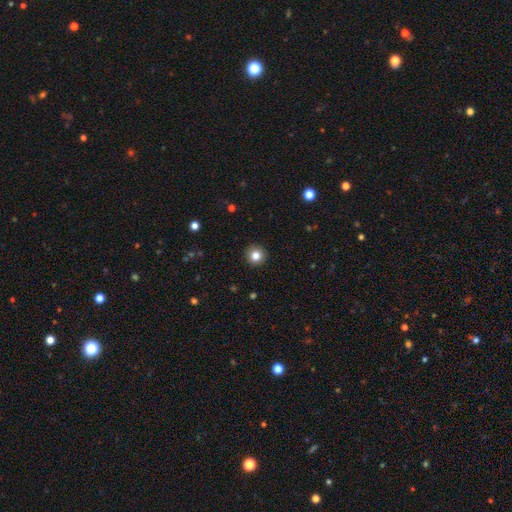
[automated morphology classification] Smooth or featured?
  - smooth: 83% *
  - star or artifact: 11%
  - featured or disk: 6%
How rounded?
  - round: 95% *
  - in between: 4%
  - cigar-shaped: 1%
Merging?
  - none: 93% *
  - minor disturbance: 5%
  - major disturbance: 2%
  - merger: 1%